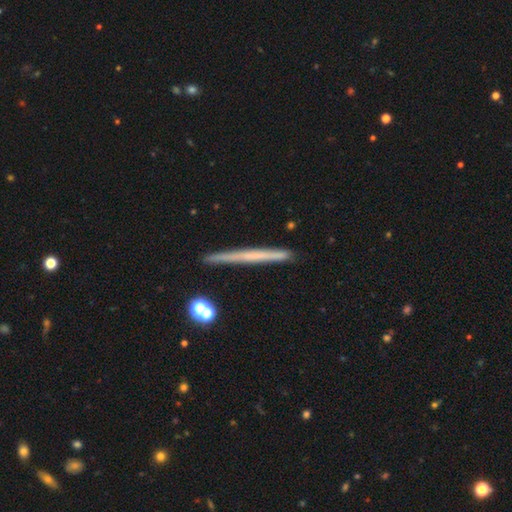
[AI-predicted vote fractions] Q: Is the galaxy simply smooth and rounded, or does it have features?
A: featured or disk — 51%.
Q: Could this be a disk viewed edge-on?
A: yes — 97%.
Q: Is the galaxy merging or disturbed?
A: none — 89%.